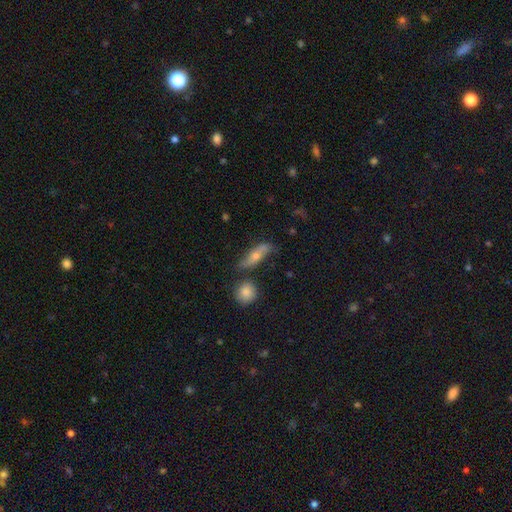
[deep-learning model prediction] A featured or disk galaxy (56%). Merging: none (67%).